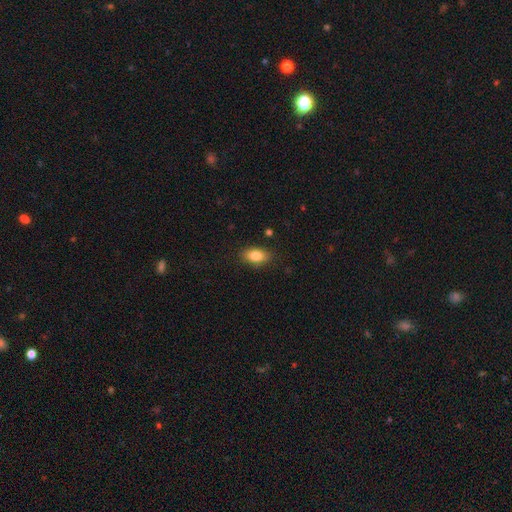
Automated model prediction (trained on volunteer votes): Q: Smooth or featured?
A: smooth (83%); runner-up: featured or disk (9%)
Q: How rounded?
A: in between (88%); runner-up: round (8%)
Q: Merging?
A: none (85%); runner-up: minor disturbance (11%)